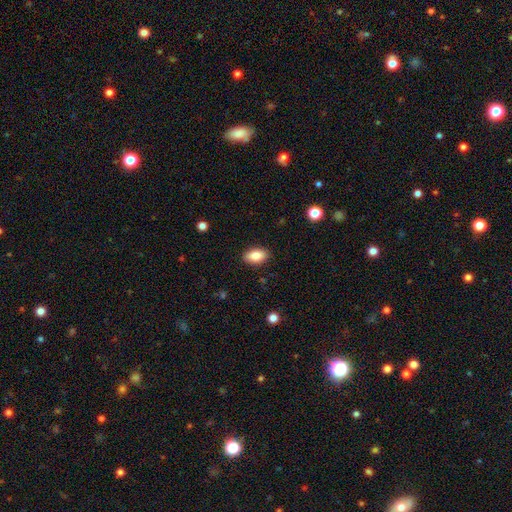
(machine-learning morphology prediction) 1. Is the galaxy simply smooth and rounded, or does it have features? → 84% smooth, 9% featured or disk, 7% star or artifact.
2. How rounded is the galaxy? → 91% in between, 6% round, 3% cigar-shaped.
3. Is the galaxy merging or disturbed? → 89% none, 8% minor disturbance, 2% major disturbance, 1% merger.